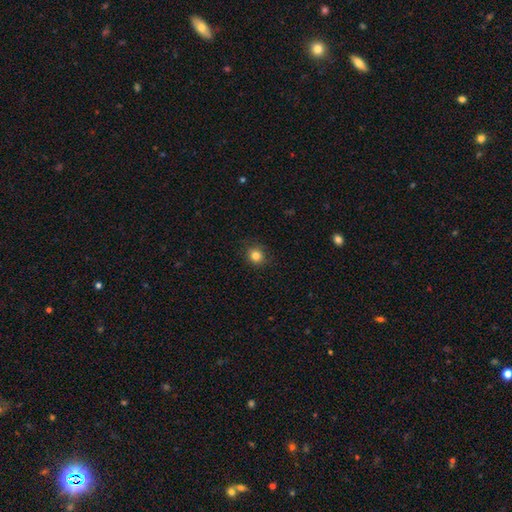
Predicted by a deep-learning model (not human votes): A smooth galaxy with no disk features (82%) that is round (88%).

Vote fractions:
- Smooth or featured? smooth: 82% / star or artifact: 13% / featured or disk: 6%
- How rounded? round: 88% / in between: 11% / cigar-shaped: 1%
- Merging? none: 88% / minor disturbance: 9% / major disturbance: 2% / merger: 1%